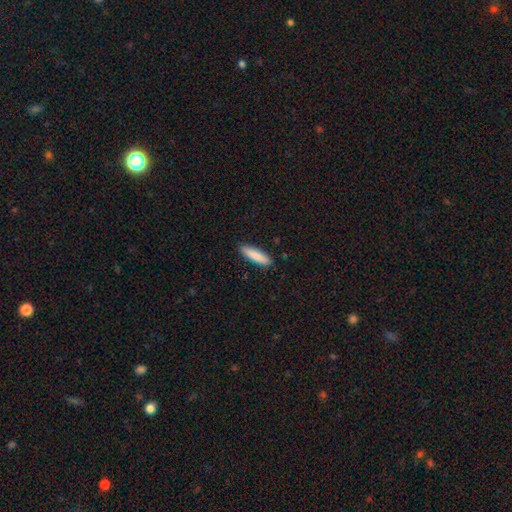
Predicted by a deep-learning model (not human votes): Smooth or featured? Predicted: smooth (p=0.87). How rounded? Predicted: cigar-shaped (p=0.73). Merging? Predicted: none (p=0.90).